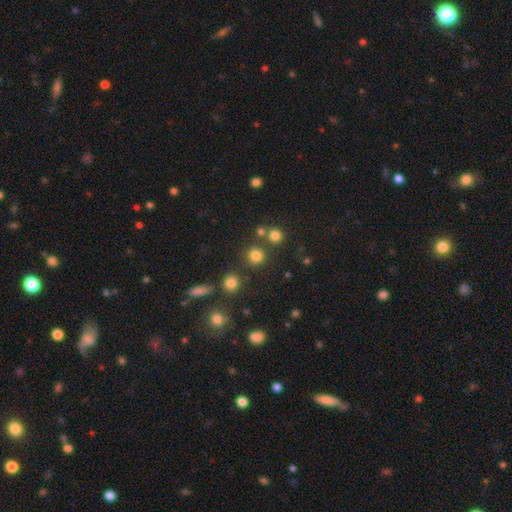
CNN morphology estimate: This appears to be a smooth galaxy with no disk features (79%) that is round (91%). Merging: none (79%).